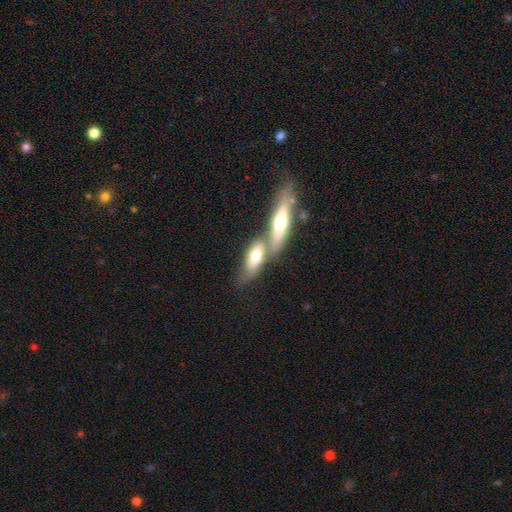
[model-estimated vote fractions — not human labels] Smooth or featured? smooth (63%)
How rounded? in between (63%)
Merging? merger (55%)